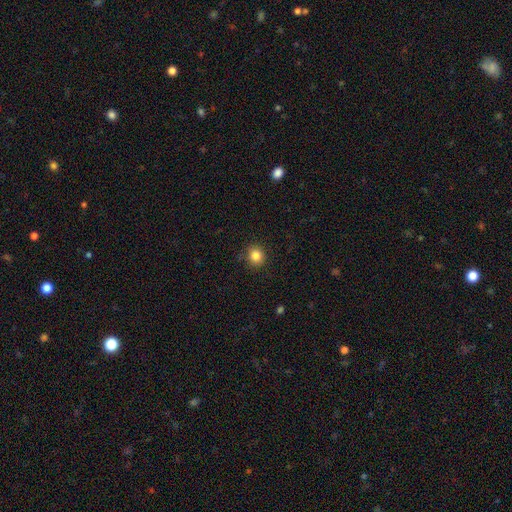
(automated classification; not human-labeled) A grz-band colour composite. It shows a smooth galaxy with no disk features (84%) that is round (88%). Merging: none (88%).